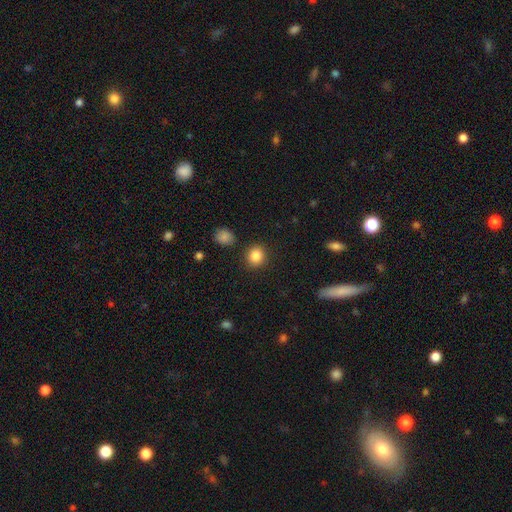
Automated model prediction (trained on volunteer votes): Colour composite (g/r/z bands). It shows a smooth galaxy with no disk features (86%) that is round (83%). Merging: none (87%).